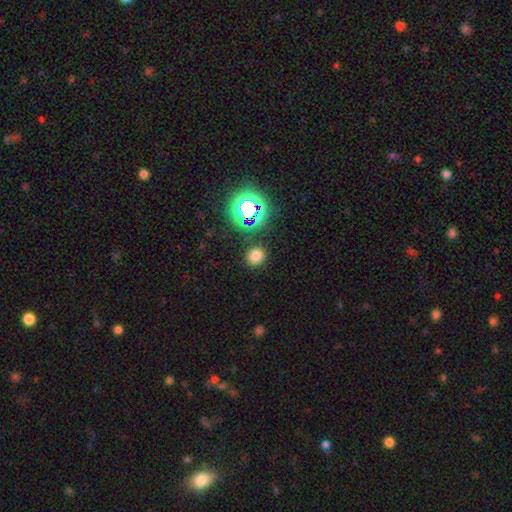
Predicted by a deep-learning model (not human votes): This appears to be a smooth galaxy with no disk features (72%) that is round (80%). Merging: none (87%).